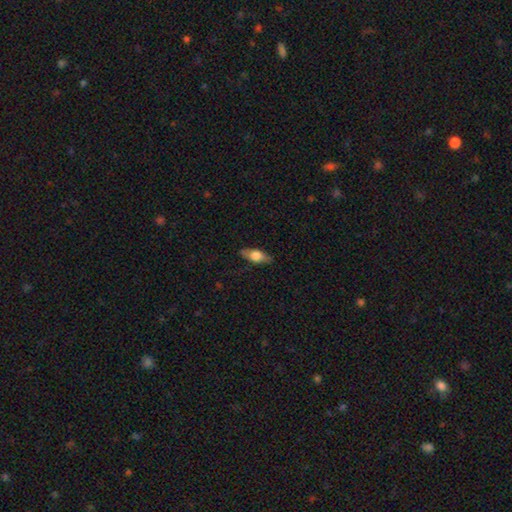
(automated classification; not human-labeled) The model was most divided on "smooth or featured": smooth: 59%, featured or disk: 34%, star or artifact: 7%. More confident: merging — none (83%); how rounded — in between (71%).